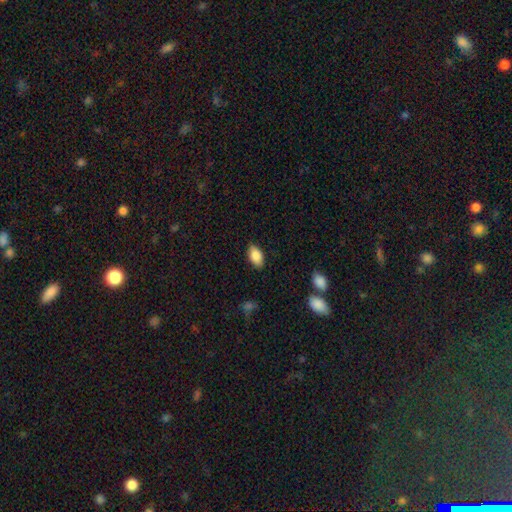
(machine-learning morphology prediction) Smooth or featured: smooth — 87% (star or artifact — 7%)
How rounded: in between — 93% (round — 4%)
Merging: none — 85% (minor disturbance — 12%)